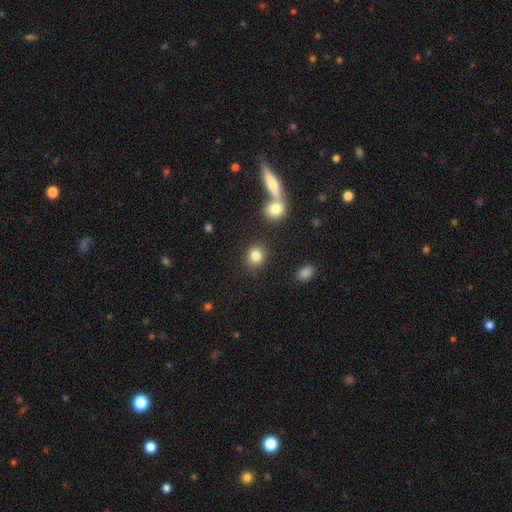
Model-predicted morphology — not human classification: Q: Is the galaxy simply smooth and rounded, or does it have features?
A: smooth — 83%.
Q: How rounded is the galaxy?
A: round — 74%.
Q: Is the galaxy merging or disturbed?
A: none — 81%.